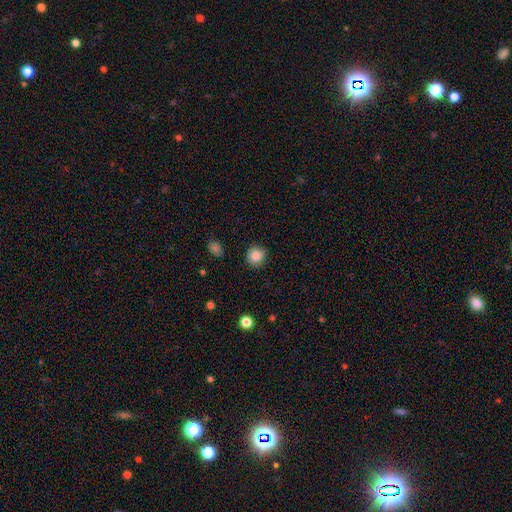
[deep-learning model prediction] smooth 86%, star or artifact 9%, featured or disk 4%. Down the decision tree: how rounded — round (89%); merging — none (86%).